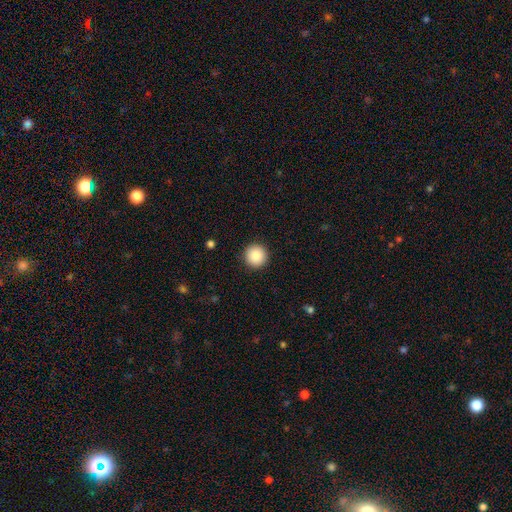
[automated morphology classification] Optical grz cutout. It shows a smooth galaxy with no disk features (88%) that is round (96%). Merging: none (93%).